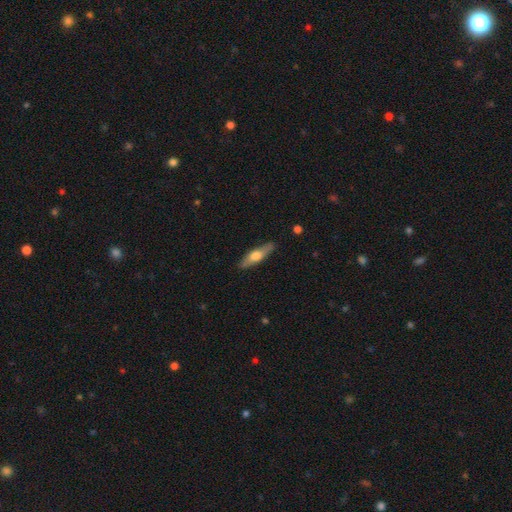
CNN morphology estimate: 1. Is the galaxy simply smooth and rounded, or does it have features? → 54% smooth, 41% featured or disk, 5% star or artifact.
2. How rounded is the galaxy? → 67% cigar-shaped, 31% in between, 2% round.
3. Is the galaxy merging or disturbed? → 87% none, 10% minor disturbance, 2% major disturbance, 1% merger.